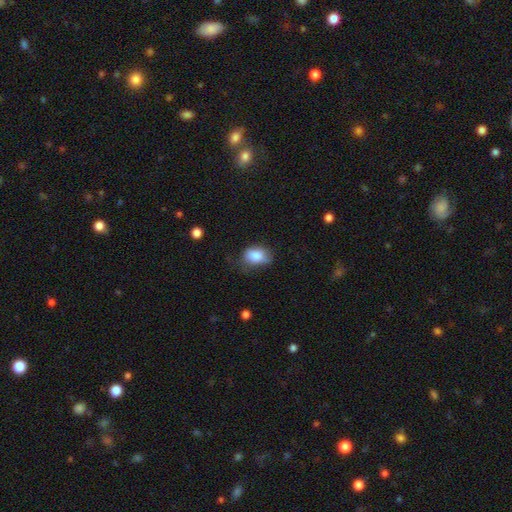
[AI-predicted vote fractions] Smooth or featured: smooth — 82% (featured or disk — 10%)
How rounded: in between — 71% (round — 28%)
Merging: none — 55% (minor disturbance — 32%)